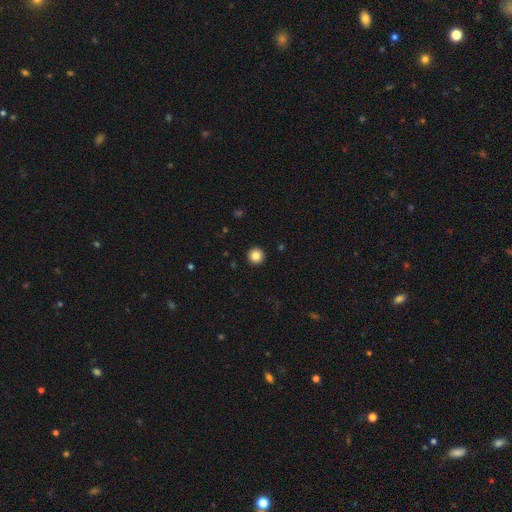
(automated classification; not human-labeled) Morphology: type=smooth (84%); roundness=round (97%); merging=none (94%).